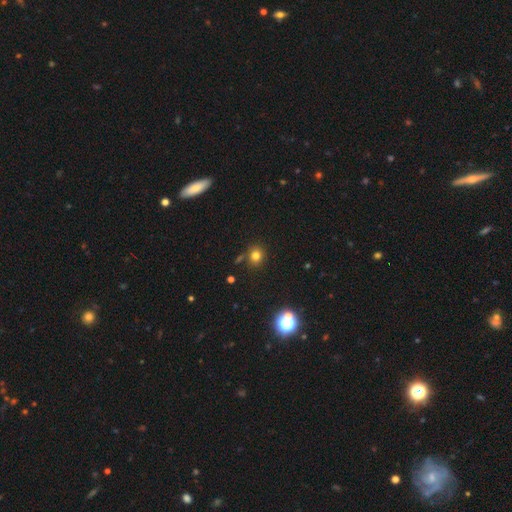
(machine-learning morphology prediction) Smooth or featured? smooth (75%)
How rounded? round (84%)
Merging? none (79%)